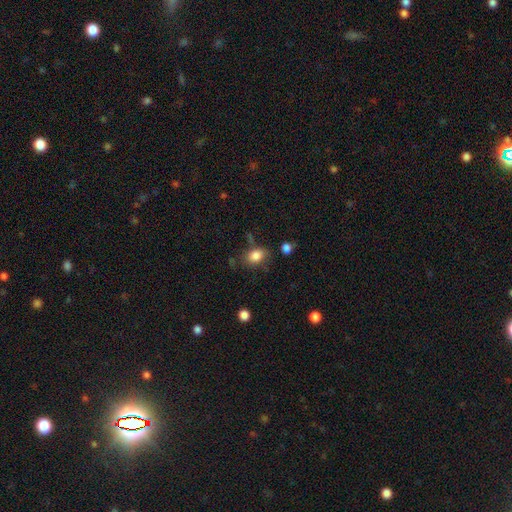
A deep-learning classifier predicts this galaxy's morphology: Q: Smooth or featured?
A: smooth (83%); runner-up: star or artifact (10%)
Q: How rounded?
A: in between (71%); runner-up: round (27%)
Q: Merging?
A: none (68%); runner-up: minor disturbance (20%)